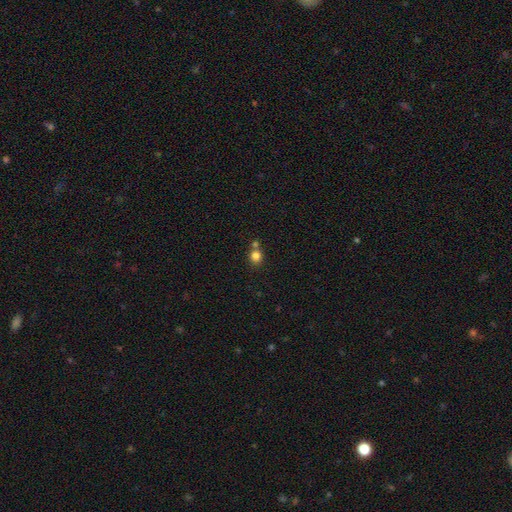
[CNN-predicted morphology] Smooth or featured? Predicted: smooth (p=0.81). How rounded? Predicted: round (p=0.82). Merging? Predicted: none (p=0.60).